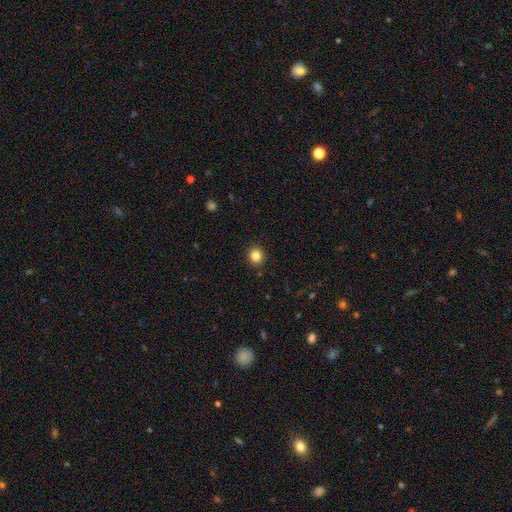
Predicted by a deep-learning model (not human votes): This is clearly a smooth galaxy (84%). How rounded: clearly round (87%). Merging: clearly none (91%).